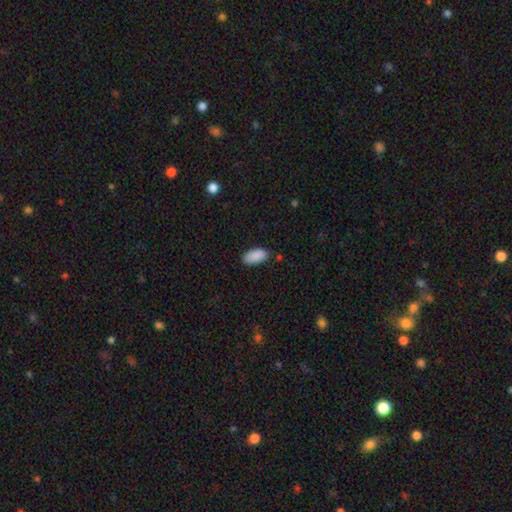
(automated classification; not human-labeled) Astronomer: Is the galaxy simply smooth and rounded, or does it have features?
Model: smooth — 90%.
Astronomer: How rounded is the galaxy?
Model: in between — 93%.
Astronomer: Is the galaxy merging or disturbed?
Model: none — 83%.